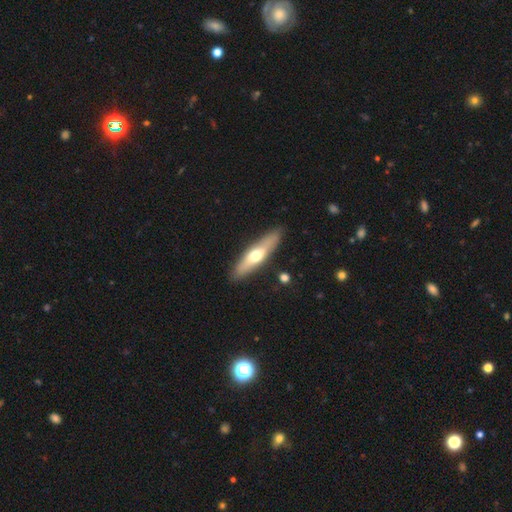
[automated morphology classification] This is possibly a featured or disk galaxy (48%). Merging: clearly none (87%).